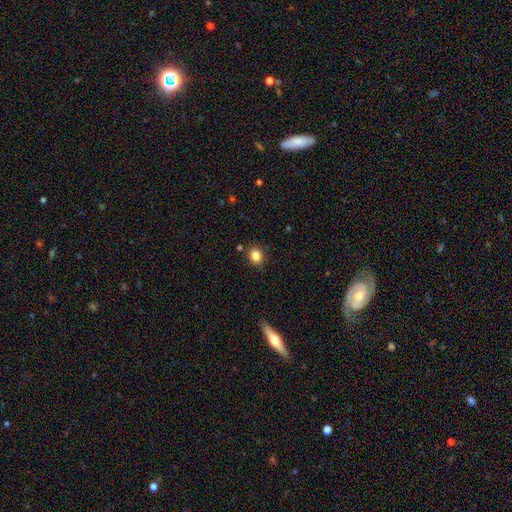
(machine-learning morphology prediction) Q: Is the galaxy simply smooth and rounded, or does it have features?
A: smooth — 84%.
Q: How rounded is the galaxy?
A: round — 63%.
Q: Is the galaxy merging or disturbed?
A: none — 86%.